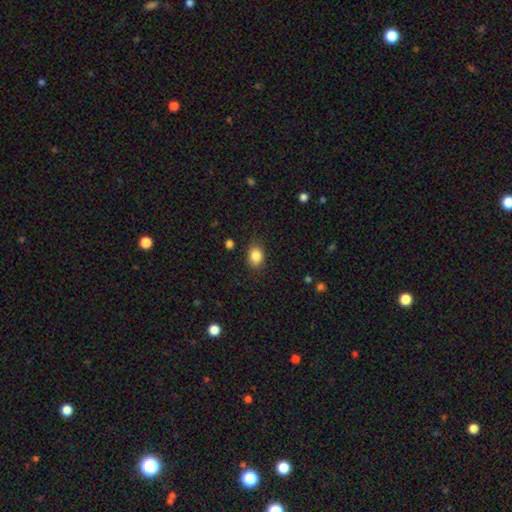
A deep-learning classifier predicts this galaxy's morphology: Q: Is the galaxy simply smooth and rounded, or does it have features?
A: smooth — 85%.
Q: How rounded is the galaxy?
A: in between — 60%.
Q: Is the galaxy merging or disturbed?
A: none — 82%.